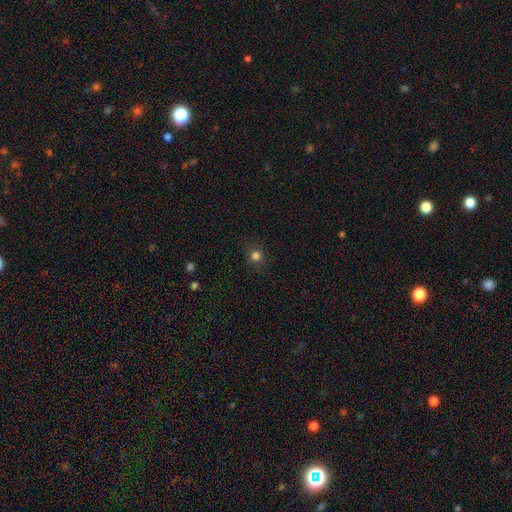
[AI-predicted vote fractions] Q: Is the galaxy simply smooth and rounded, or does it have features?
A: smooth — 77%.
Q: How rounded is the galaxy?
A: round — 86%.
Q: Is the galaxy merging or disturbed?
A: none — 86%.